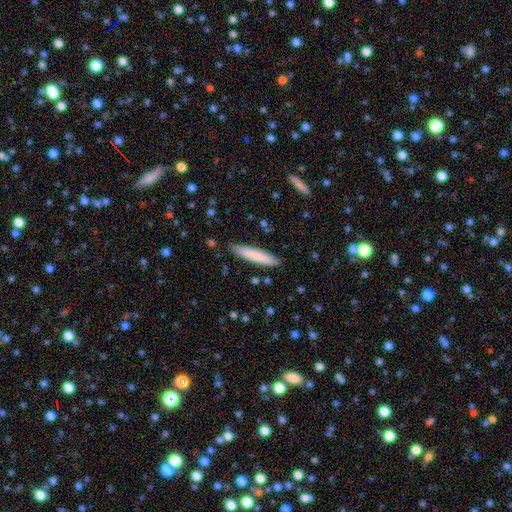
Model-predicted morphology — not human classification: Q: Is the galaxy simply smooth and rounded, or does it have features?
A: smooth — 79%.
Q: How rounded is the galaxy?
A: cigar-shaped — 88%.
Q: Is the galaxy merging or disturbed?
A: none — 87%.